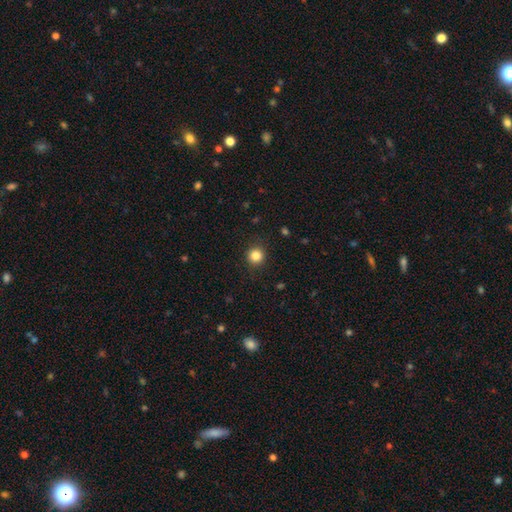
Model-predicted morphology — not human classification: smooth-or-featured: smooth: 84% | star or artifact: 11% | featured or disk: 5%
  how-rounded: round: 93% | in between: 6% | cigar-shaped: 1%
  merging: none: 89% | minor disturbance: 7% | major disturbance: 3% | merger: 1%